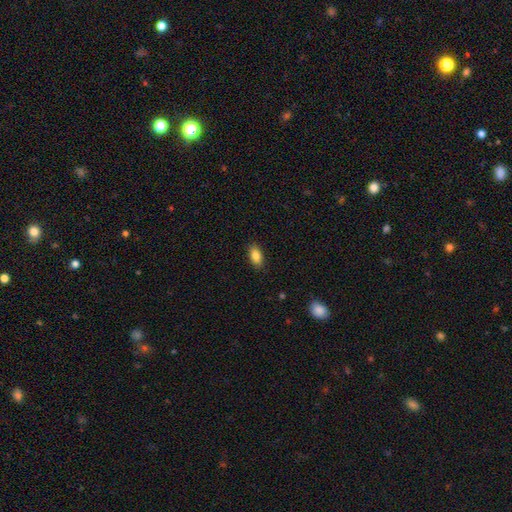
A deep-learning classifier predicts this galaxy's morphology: A smooth galaxy with no disk features (86%) that is in between round and cigar-shaped (91%). Merging: none (88%).